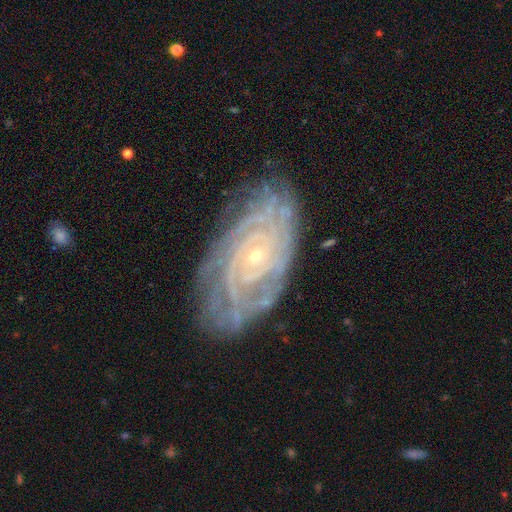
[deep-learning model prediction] Smooth or featured: featured or disk — 89% (star or artifact — 6%)
Edge-on disk: no — 96% (yes — 4%)
Bar: no — 73% (weak — 20%)
Spiral arms: yes — 97% (no — 3%)
Spiral winding: tight — 83% (medium — 14%)
Spiral arm count: can't tell — 29% (4 — 19%)
Bulge size: small — 80% (moderate — 17%)
Merging: none — 77% (minor disturbance — 17%)